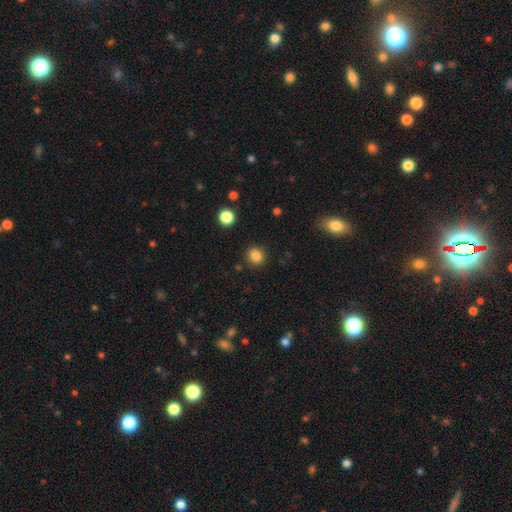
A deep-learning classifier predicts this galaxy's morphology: Q: Smooth or featured?
A: smooth (84%); runner-up: star or artifact (12%)
Q: How rounded?
A: round (82%); runner-up: in between (17%)
Q: Merging?
A: none (88%); runner-up: minor disturbance (7%)